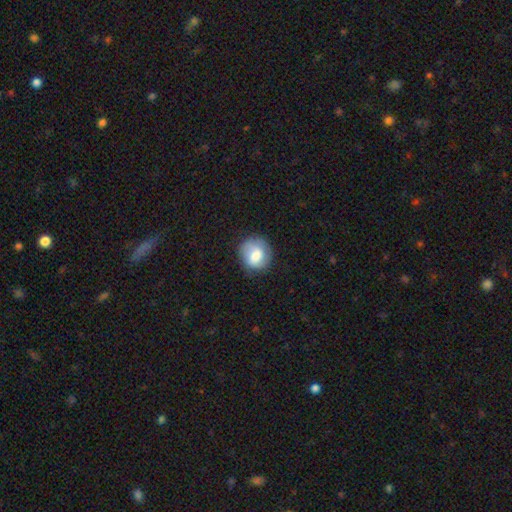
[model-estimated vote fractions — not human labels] This is likely a smooth galaxy (72%). How rounded: likely round (78%). Merging: likely none (72%).